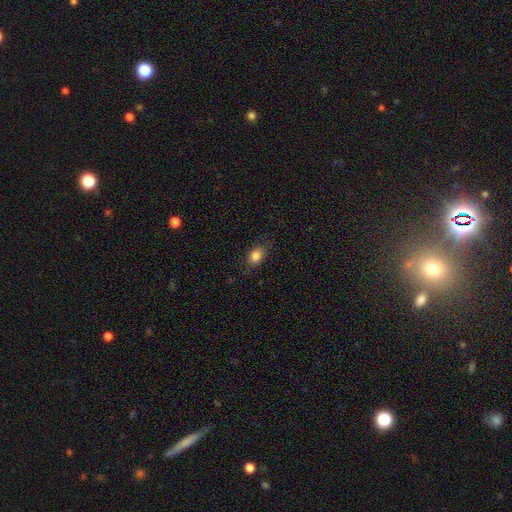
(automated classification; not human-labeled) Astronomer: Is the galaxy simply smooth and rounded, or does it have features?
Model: smooth — 84%.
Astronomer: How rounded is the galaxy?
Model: in between — 72%.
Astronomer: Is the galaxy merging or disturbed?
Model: none — 79%.